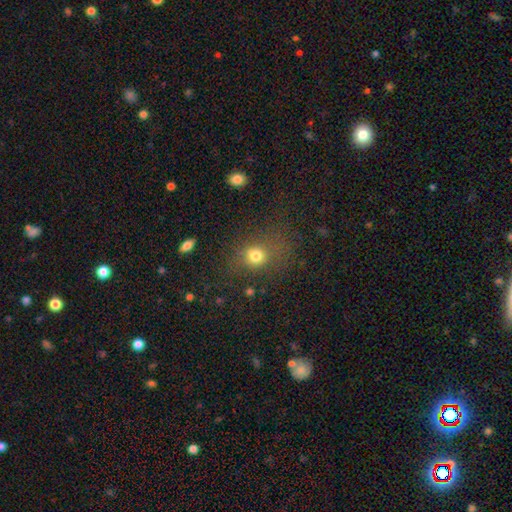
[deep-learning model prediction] Q: Smooth or featured?
A: smooth (74%); runner-up: star or artifact (16%)
Q: How rounded?
A: round (61%); runner-up: in between (37%)
Q: Merging?
A: none (65%); runner-up: minor disturbance (17%)